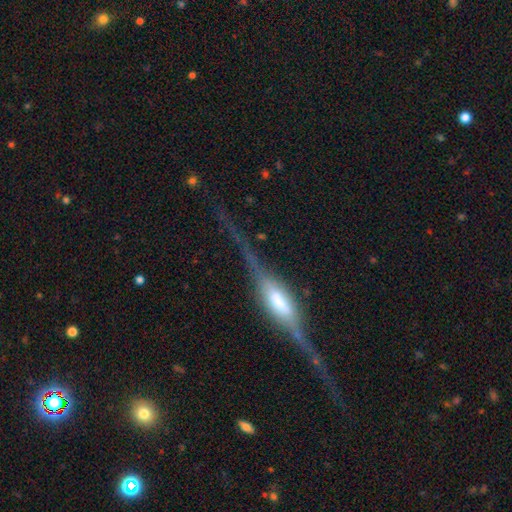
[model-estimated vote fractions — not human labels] smooth-or-featured: featured or disk: 85% | smooth: 9% | star or artifact: 6%
  disk-edge-on: yes: 96% | no: 4%
    edge-on-bulge: rounded: 56% | boxy: 39% | none: 5%
  merging: none: 78% | minor disturbance: 14% | major disturbance: 6% | merger: 2%